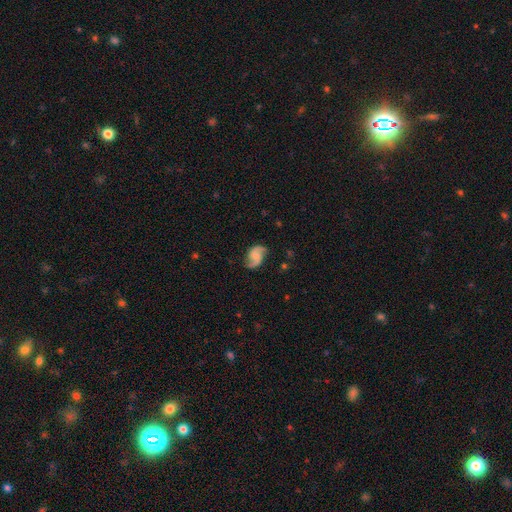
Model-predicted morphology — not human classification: The model was most divided on "spiral winding": loose: 46%, medium: 42%, tight: 12%. Remaining: edge-on disk — no (98%); spiral arms — yes (97%); spiral arm count — 2 (93%); smooth or featured — featured or disk (84%); merging — none (78%); bar — no (55%); bulge size — none (43%).